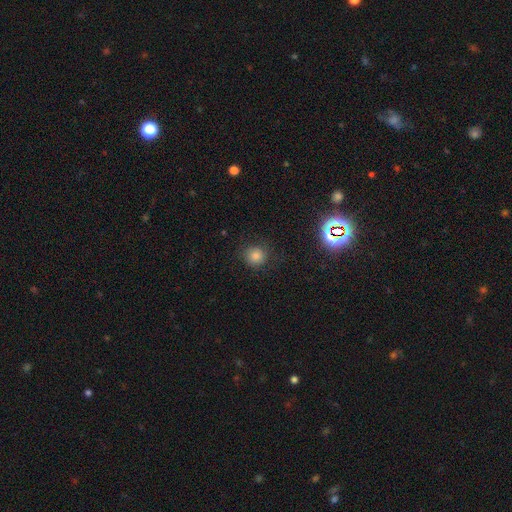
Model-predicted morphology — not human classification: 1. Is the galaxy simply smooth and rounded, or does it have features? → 74% smooth, 19% star or artifact, 7% featured or disk.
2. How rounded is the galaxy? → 91% round, 8% in between, 1% cigar-shaped.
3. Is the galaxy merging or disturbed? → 82% none, 12% minor disturbance, 5% major disturbance, 1% merger.